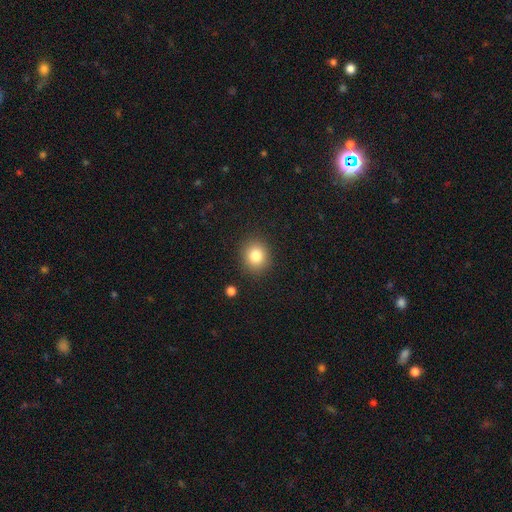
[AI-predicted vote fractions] Overall: smooth (82%). How rounded: round (81%). Merging: none (89%).